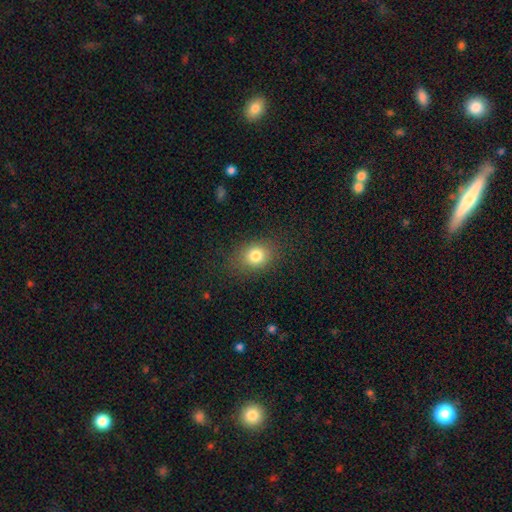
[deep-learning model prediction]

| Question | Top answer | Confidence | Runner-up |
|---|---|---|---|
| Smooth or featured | smooth | 81% | star or artifact (11%) |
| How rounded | round | 52% | in between (47%) |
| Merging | none | 83% | minor disturbance (11%) |